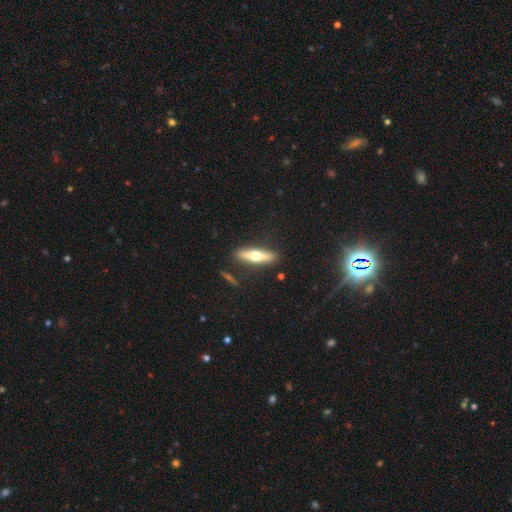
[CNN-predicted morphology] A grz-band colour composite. It shows a featured or disk galaxy (49%). Merging: none (86%).